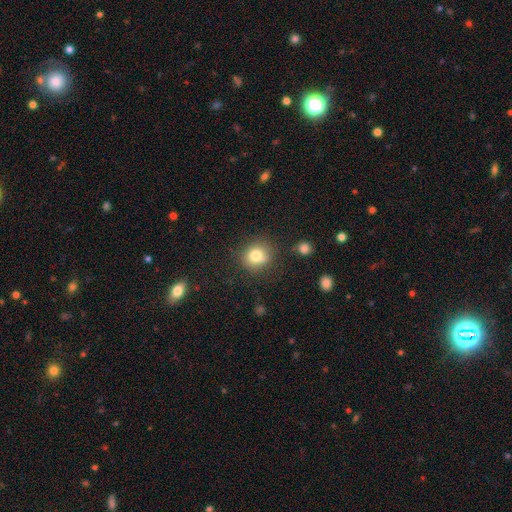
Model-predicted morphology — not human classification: Smooth or featured? smooth (78%)
How rounded? round (80%)
Merging? none (72%)